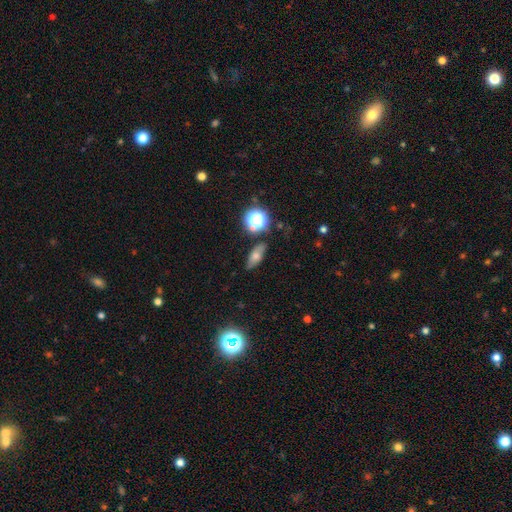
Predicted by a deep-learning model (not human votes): A smooth galaxy with no disk features (48%). Merging: none (82%).